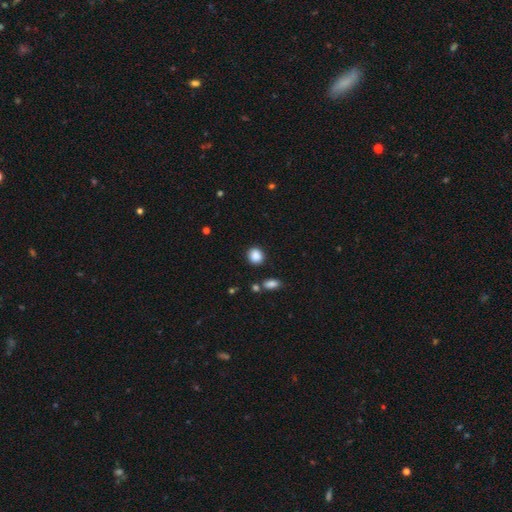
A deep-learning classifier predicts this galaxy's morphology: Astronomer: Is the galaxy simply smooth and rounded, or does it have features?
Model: smooth — 88%.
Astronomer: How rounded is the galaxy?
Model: round — 74%.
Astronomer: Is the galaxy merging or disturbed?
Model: none — 84%.